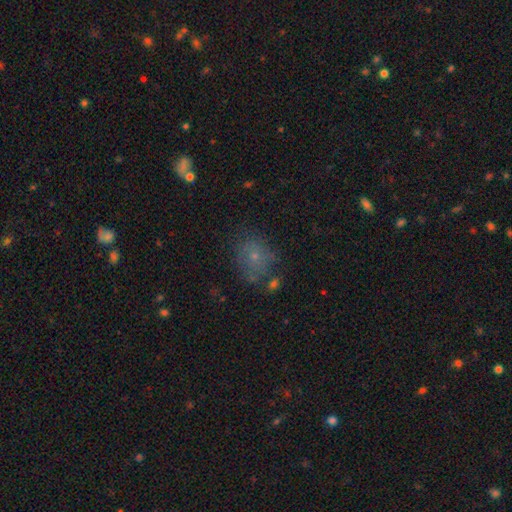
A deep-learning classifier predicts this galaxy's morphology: A smooth galaxy with no disk features (59%) that is round (68%). Merging: none (67%).